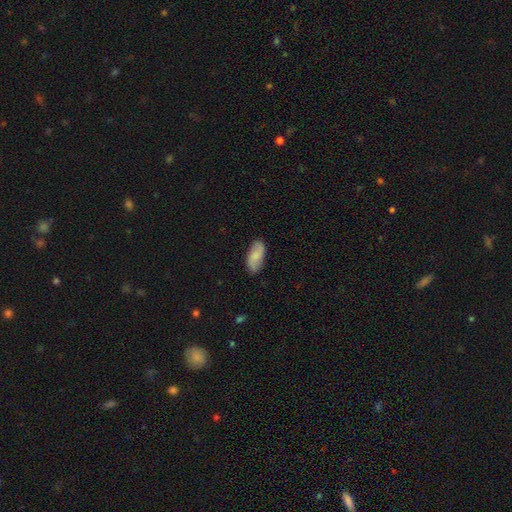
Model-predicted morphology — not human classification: A smooth galaxy with no disk features (68%) that is in between round and cigar-shaped (91%).

Vote fractions:
- Smooth or featured? smooth: 68% / featured or disk: 25% / star or artifact: 7%
- How rounded? in between: 91% / cigar-shaped: 7% / round: 2%
- Merging? none: 82% / minor disturbance: 14% / major disturbance: 3% / merger: 1%